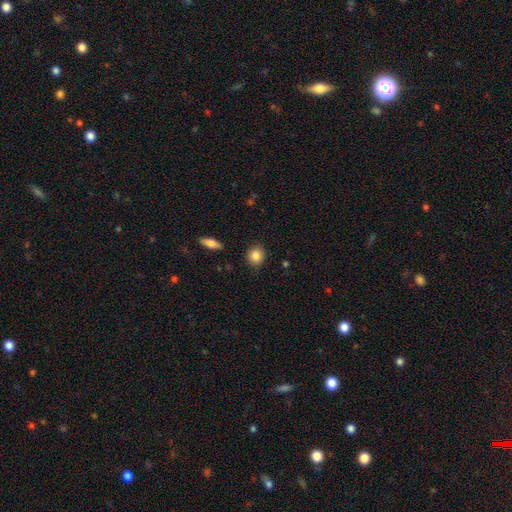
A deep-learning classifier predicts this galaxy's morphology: type=smooth (85%); roundness=round (75%); merging=none (88%).